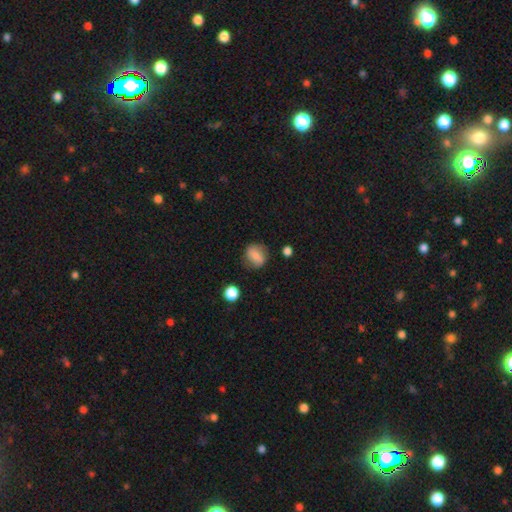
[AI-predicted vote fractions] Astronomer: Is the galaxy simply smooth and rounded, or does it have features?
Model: smooth — 71%.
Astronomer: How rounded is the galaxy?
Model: round — 56% (runner-up: in between, 41%).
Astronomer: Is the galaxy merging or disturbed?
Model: none — 74%.